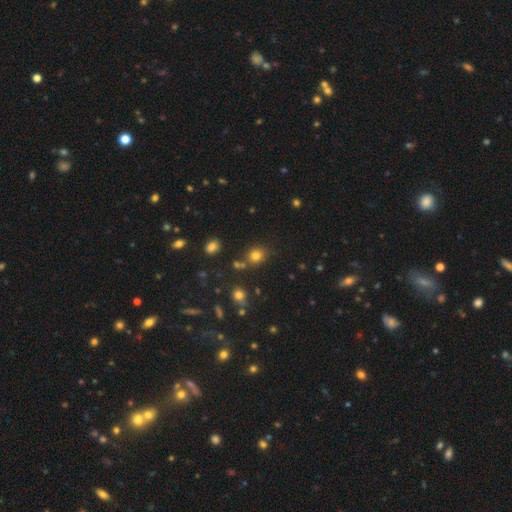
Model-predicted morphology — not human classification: type=smooth (79%); roundness=round (79%); merging=none (76%).